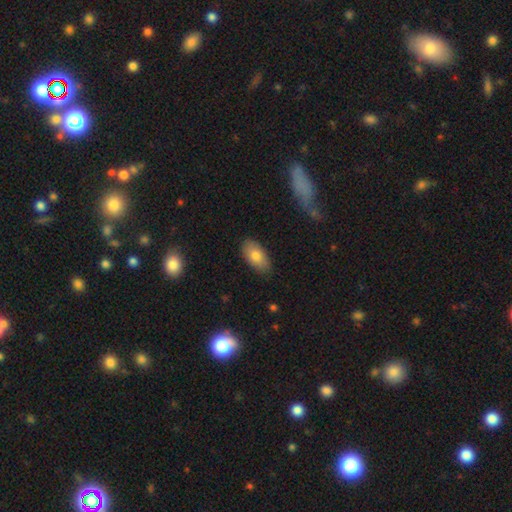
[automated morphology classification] smooth 80%, featured or disk 14%, star or artifact 7%. Down the decision tree: how rounded — in between (93%); merging — none (84%).